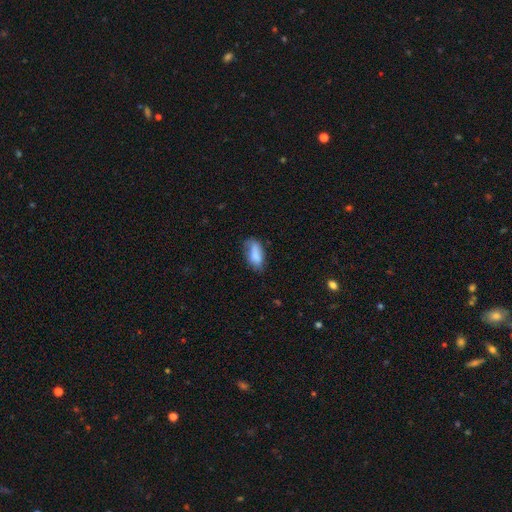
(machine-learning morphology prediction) Overall: smooth (81%). How rounded: in between (88%). Merging: none (51%; minor disturbance 34%).